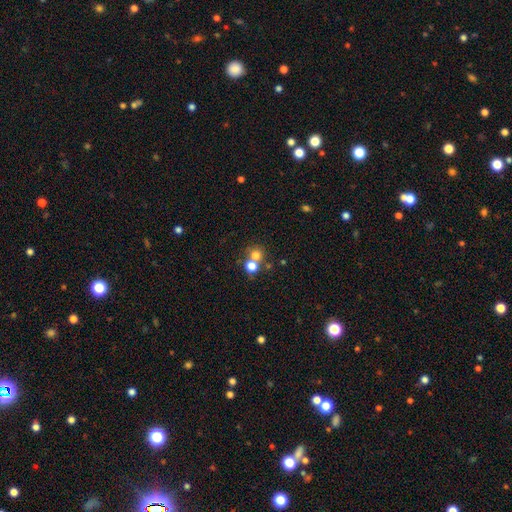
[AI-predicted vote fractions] This appears to be a smooth galaxy with no disk features (71%) that is round (85%). Merging: none (47%).